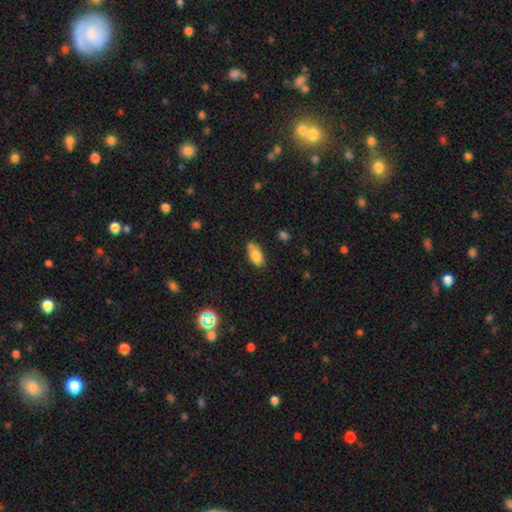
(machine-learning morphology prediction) This is clearly a smooth galaxy (82%). How rounded: clearly in between (89%). Merging: possibly none (58%).